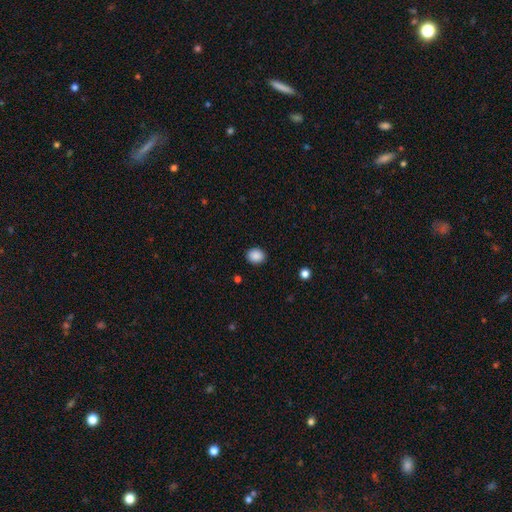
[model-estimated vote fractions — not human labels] Morphology: type=smooth (89%); roundness=round (64%); merging=none (90%).